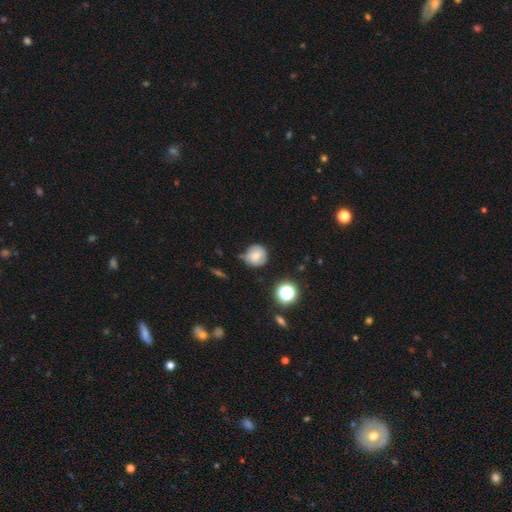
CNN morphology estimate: Smooth or featured: smooth — 65% (featured or disk — 23%)
How rounded: round — 89% (in between — 10%)
Merging: none — 63% (minor disturbance — 27%)